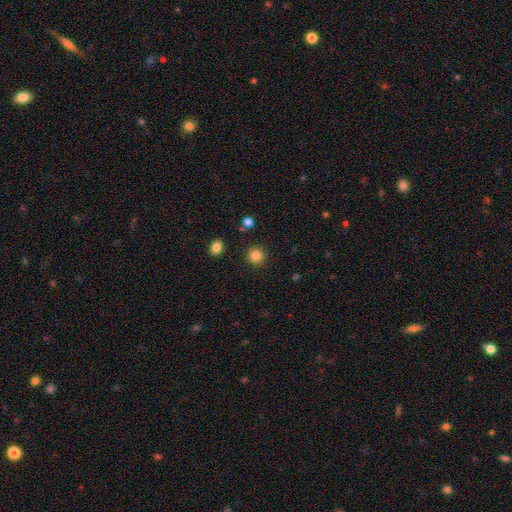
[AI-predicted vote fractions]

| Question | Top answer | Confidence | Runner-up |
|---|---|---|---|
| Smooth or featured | smooth | 84% | star or artifact (11%) |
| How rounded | round | 92% | in between (7%) |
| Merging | none | 90% | minor disturbance (6%) |